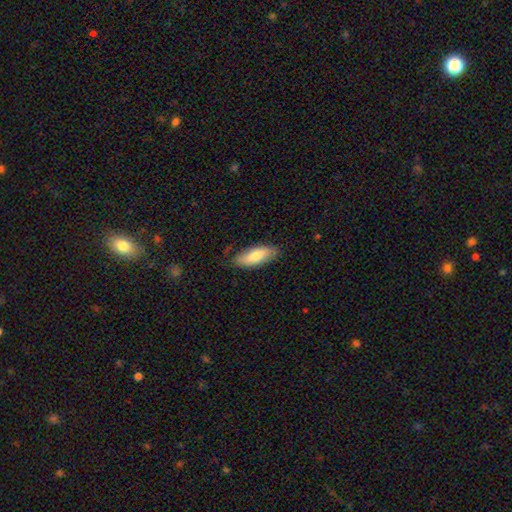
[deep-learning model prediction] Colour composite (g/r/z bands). It shows a smooth galaxy with no disk features (75%) that is in between round and cigar-shaped (73%). Merging: none (80%).